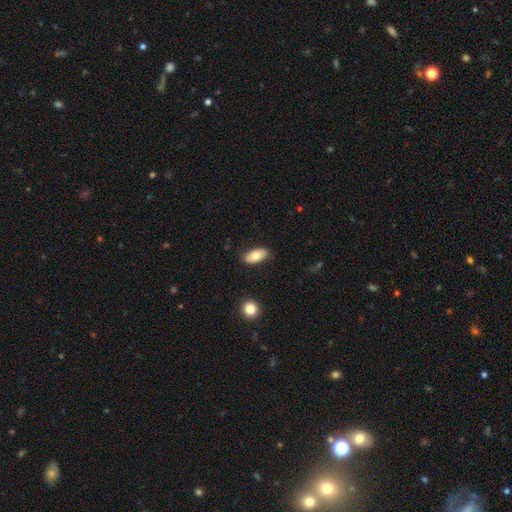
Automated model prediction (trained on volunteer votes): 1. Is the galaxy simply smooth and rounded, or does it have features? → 76% smooth, 17% featured or disk, 7% star or artifact.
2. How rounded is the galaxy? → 92% in between, 4% cigar-shaped, 4% round.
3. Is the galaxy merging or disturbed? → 85% none, 11% minor disturbance, 2% major disturbance, 1% merger.